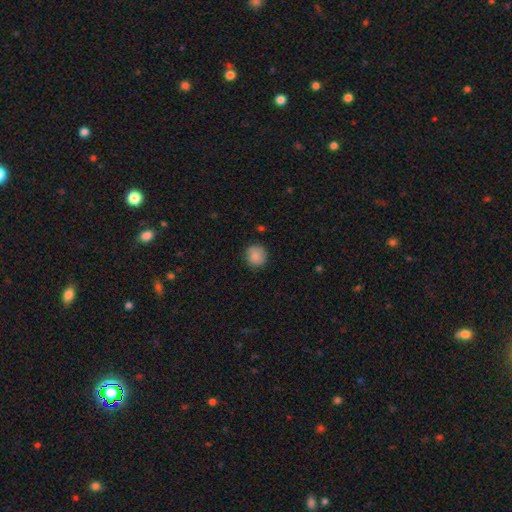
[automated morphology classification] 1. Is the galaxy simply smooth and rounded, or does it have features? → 87% smooth, 8% star or artifact, 4% featured or disk.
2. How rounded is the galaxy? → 90% round, 9% in between, 1% cigar-shaped.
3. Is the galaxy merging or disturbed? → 85% none, 12% minor disturbance, 3% major disturbance, 1% merger.